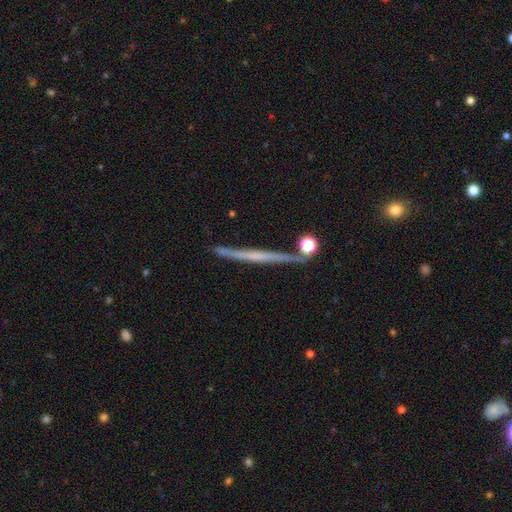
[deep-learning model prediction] smooth-or-featured: featured or disk: 68% | smooth: 24% | star or artifact: 8%
  disk-edge-on: yes: 97% | no: 3%
    edge-on-bulge: none: 69% | rounded: 22% | boxy: 9%
  merging: none: 84% | minor disturbance: 10% | merger: 4% | major disturbance: 2%